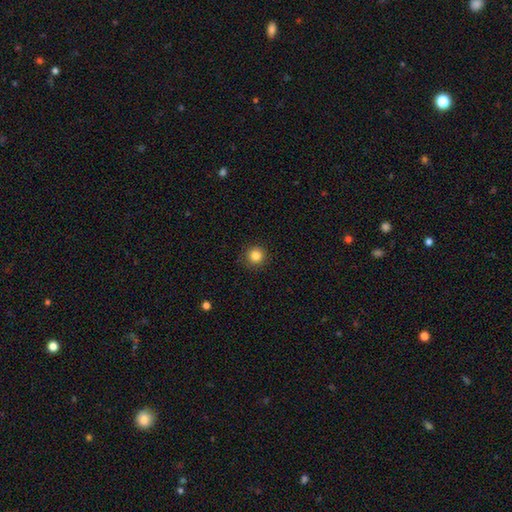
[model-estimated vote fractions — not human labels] Smooth or featured: smooth — 84% (star or artifact — 11%)
How rounded: round — 94% (in between — 5%)
Merging: none — 89% (minor disturbance — 8%)